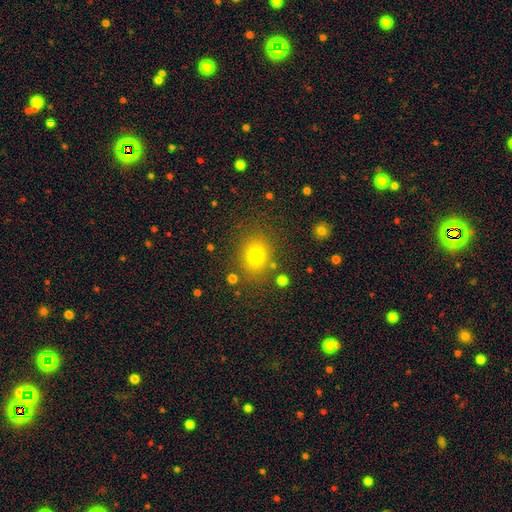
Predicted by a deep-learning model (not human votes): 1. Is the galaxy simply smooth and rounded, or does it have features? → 75% smooth, 16% star or artifact, 10% featured or disk.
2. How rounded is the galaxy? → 59% round, 40% in between, 1% cigar-shaped.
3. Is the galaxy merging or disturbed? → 81% none, 11% minor disturbance, 4% major disturbance, 4% merger.